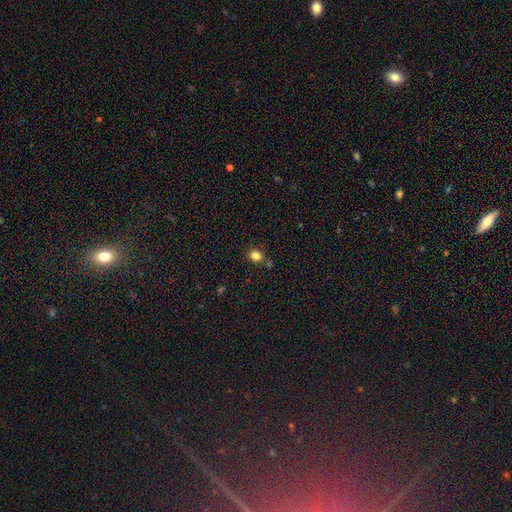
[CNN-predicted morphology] A smooth galaxy with no disk features (82%) that is round (64%). Merging: none (78%).